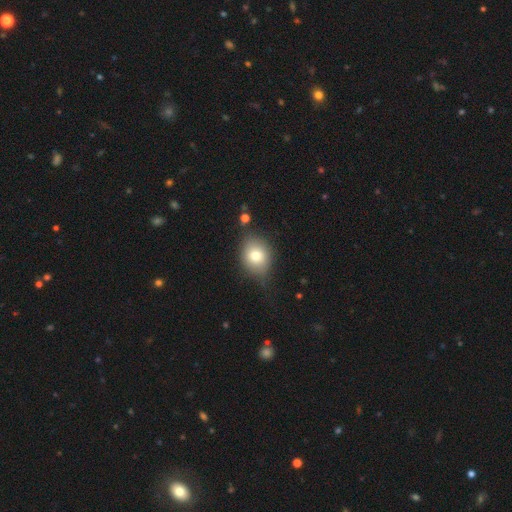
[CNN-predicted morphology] smooth_or_featured: smooth (p=0.75) [alt: featured or disk p=0.15]
how_rounded: round (p=0.55) [alt: in between p=0.44]
merging: none (p=0.69) [alt: minor disturbance p=0.22]